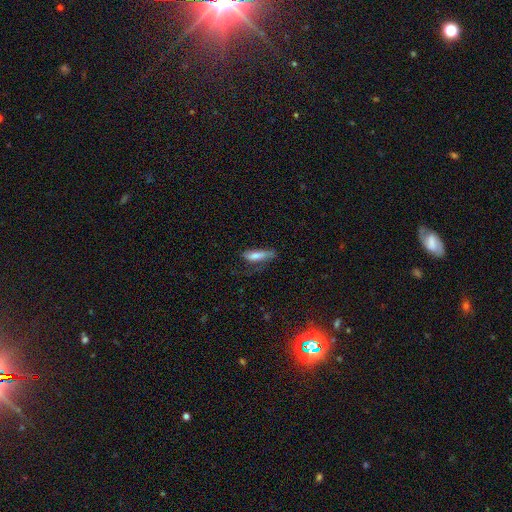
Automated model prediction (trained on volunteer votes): Overall: smooth (71%). How rounded: cigar-shaped (57%; in between 41%). Merging: none (48%; minor disturbance 29%).